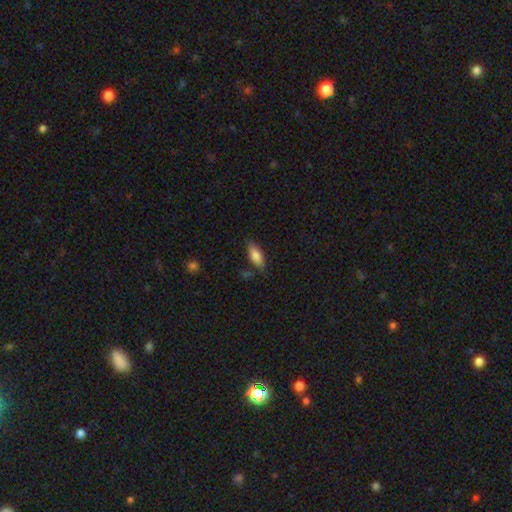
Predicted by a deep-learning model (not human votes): smooth_or_featured: smooth (p=0.82) [alt: featured or disk p=0.11]
how_rounded: in between (p=0.76) [alt: cigar-shaped p=0.22]
merging: none (p=0.78) [alt: minor disturbance p=0.16]